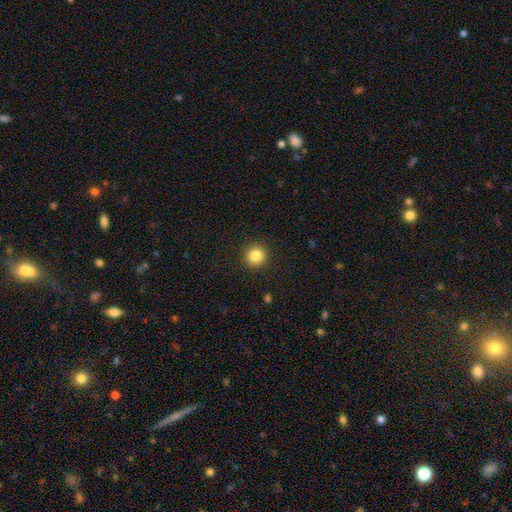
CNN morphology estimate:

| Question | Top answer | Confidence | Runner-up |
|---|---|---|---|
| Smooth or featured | smooth | 84% | star or artifact (11%) |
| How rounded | round | 94% | in between (5%) |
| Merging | none | 92% | minor disturbance (5%) |